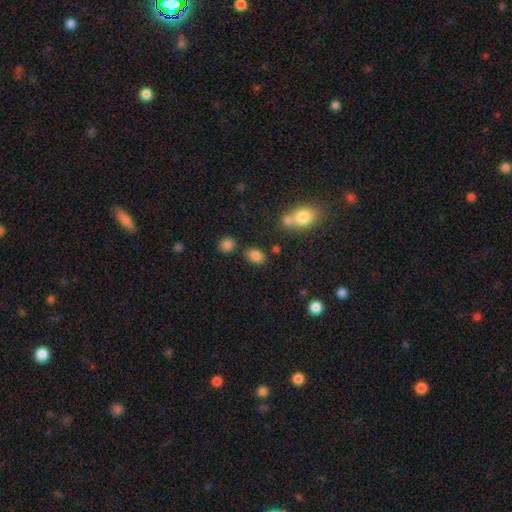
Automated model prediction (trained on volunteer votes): The model was most divided on "how rounded": in between: 78%, round: 21%, cigar-shaped: 1%. More confident: smooth or featured — smooth (84%); merging — none (79%).